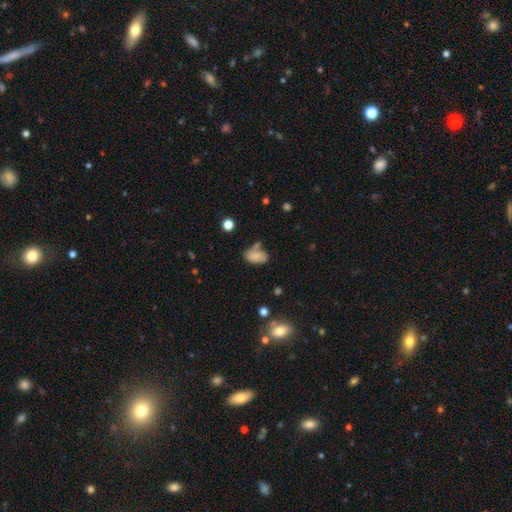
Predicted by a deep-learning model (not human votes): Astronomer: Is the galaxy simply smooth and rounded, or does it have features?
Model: smooth — 75%.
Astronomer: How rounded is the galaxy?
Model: in between — 88%.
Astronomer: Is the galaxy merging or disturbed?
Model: none — 50% (runner-up: minor disturbance, 25%).